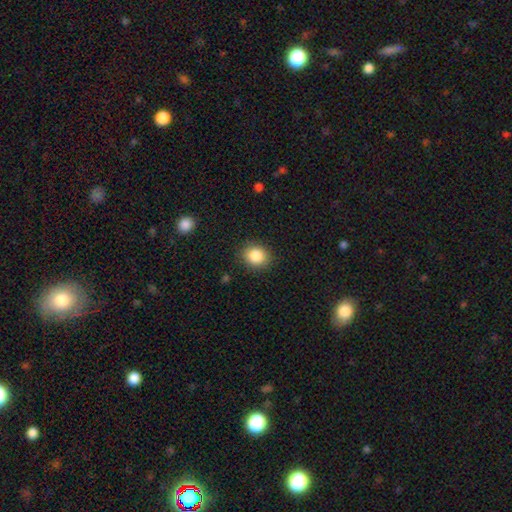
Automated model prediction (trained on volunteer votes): smooth_or_featured: smooth (p=0.86) [alt: star or artifact p=0.09]
how_rounded: round (p=0.65) [alt: in between p=0.34]
merging: none (p=0.87) [alt: minor disturbance p=0.09]